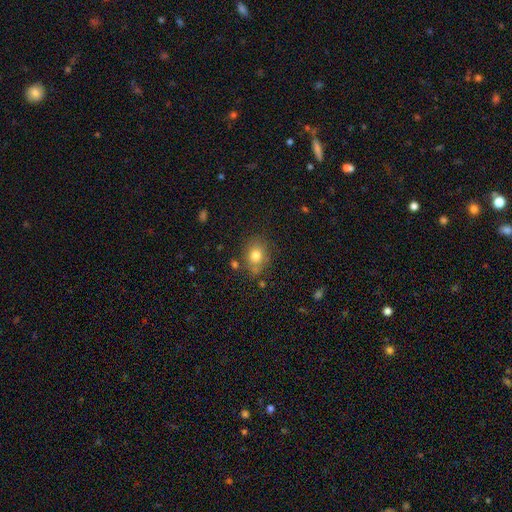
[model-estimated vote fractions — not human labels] smooth_or_featured: smooth (p=0.78) [alt: featured or disk p=0.11]
how_rounded: in between (p=0.51) [alt: round p=0.48]
merging: none (p=0.72) [alt: minor disturbance p=0.18]